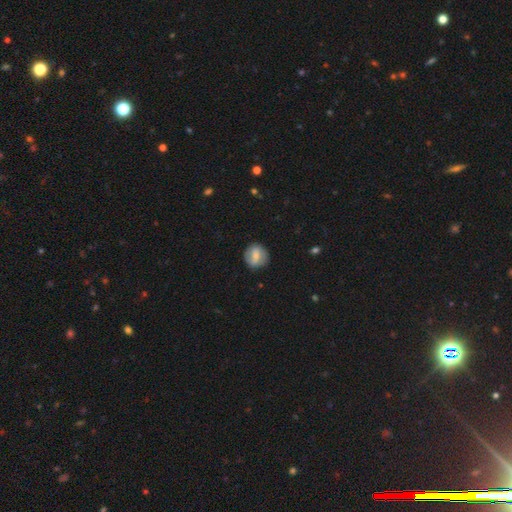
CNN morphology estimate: Smooth or featured? Predicted: smooth (p=0.60). How rounded? Predicted: round (p=0.80). Merging? Predicted: none (p=0.82).